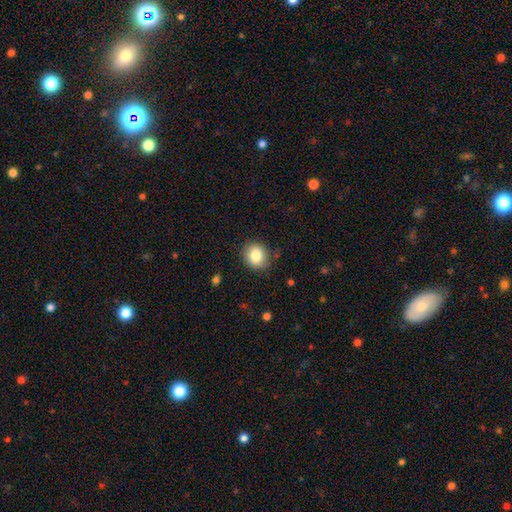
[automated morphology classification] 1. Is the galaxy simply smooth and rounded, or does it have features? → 82% smooth, 9% star or artifact, 8% featured or disk.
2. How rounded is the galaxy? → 72% round, 27% in between, 1% cigar-shaped.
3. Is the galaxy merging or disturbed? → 86% none, 10% minor disturbance, 3% major disturbance, 1% merger.